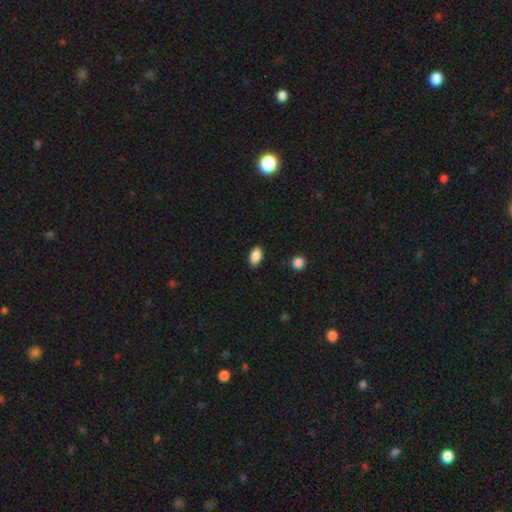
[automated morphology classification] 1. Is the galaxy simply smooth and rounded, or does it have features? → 87% smooth, 8% star or artifact, 5% featured or disk.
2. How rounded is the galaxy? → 92% in between, 5% round, 3% cigar-shaped.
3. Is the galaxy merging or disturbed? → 88% none, 9% minor disturbance, 2% major disturbance, 1% merger.